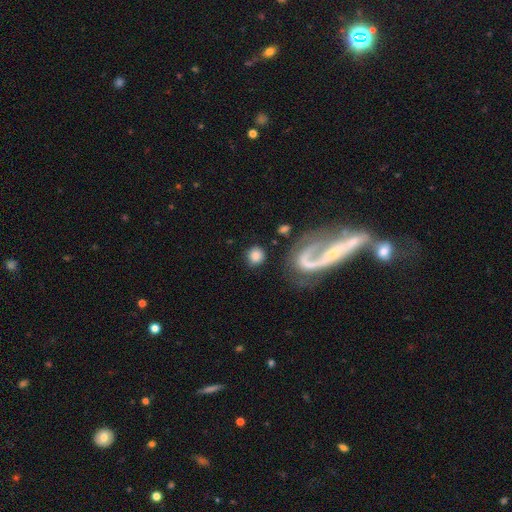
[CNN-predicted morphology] Overall: smooth (76%). How rounded: round (86%). Merging: none (74%).